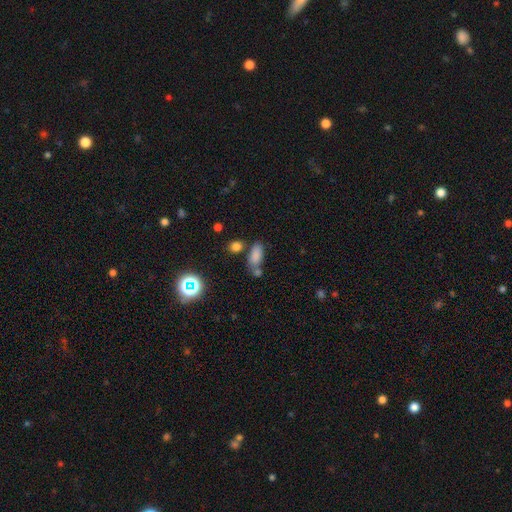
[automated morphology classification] Smooth or featured? Predicted: smooth (p=0.79). How rounded? Predicted: in between (p=0.85). Merging? Predicted: none (p=0.53).